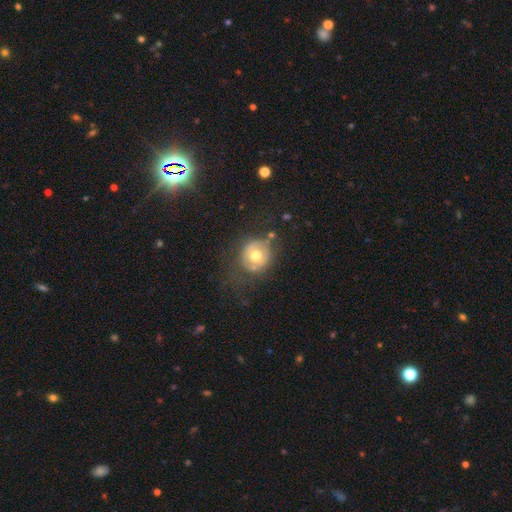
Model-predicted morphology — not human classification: Smooth or featured: smooth — 51% (featured or disk — 41%)
How rounded: round — 82% (in between — 17%)
Merging: none — 61% (minor disturbance — 21%)